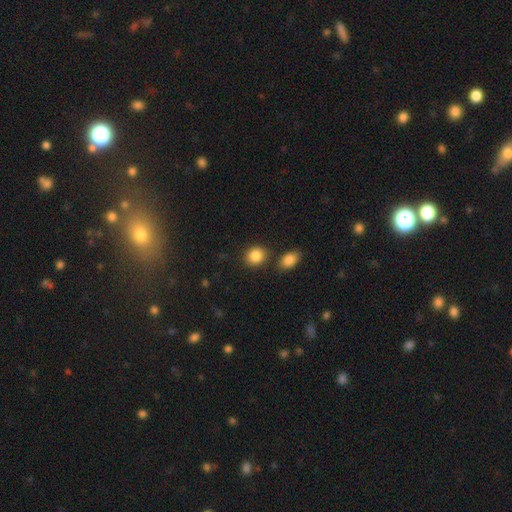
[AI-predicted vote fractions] This is clearly a smooth galaxy (87%). How rounded: likely round (71%). Merging: likely none (77%).